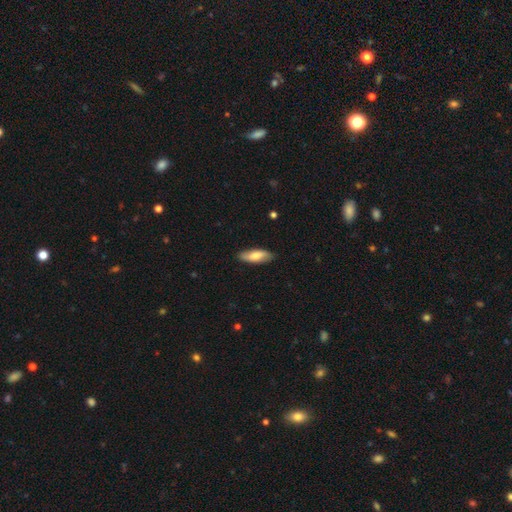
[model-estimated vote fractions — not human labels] Morphology: type=smooth (69%); roundness=in between (64%); merging=none (86%).